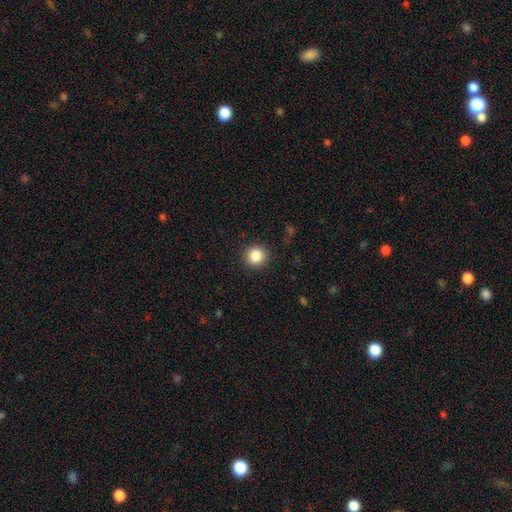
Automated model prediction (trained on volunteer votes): Smooth or featured? Predicted: smooth (p=0.86). How rounded? Predicted: round (p=0.92). Merging? Predicted: none (p=0.91).